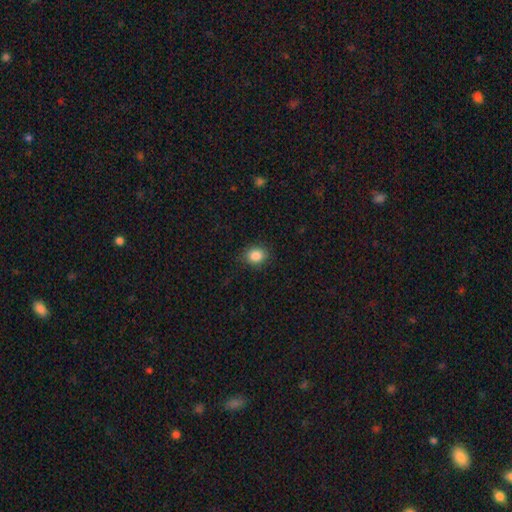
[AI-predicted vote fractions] Overall: smooth (86%). How rounded: round (64%; in between 36%). Merging: none (87%).